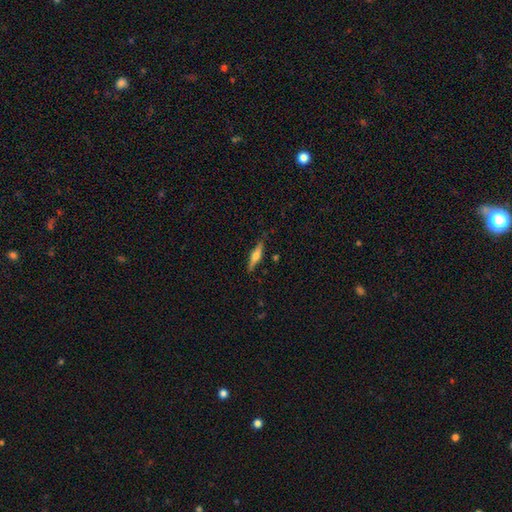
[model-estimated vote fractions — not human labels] This appears to be a featured or disk galaxy (51%) viewed edge-on (94%). Merging: none (85%).